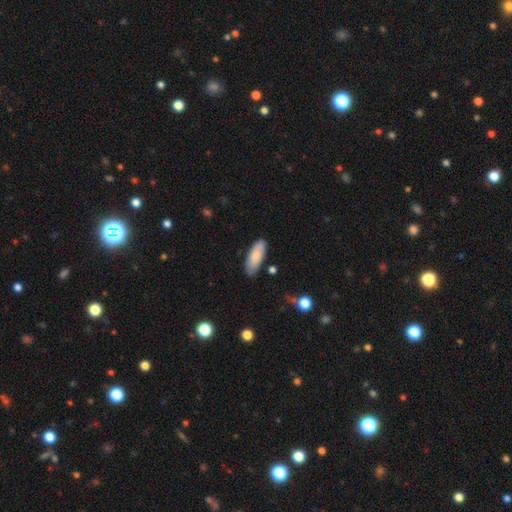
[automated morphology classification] smooth-or-featured: smooth: 84% | featured or disk: 10% | star or artifact: 6%
  how-rounded: in between: 74% | cigar-shaped: 24% | round: 2%
  merging: none: 82% | minor disturbance: 13% | major disturbance: 2% | merger: 2%